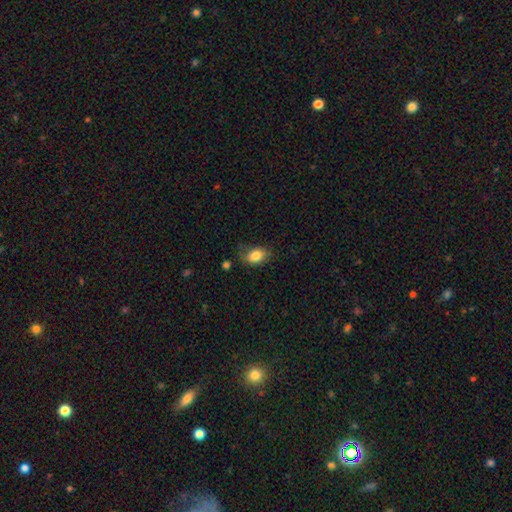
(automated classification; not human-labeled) Smooth or featured? Predicted: smooth (p=0.83). How rounded? Predicted: in between (p=0.83). Merging? Predicted: none (p=0.68).